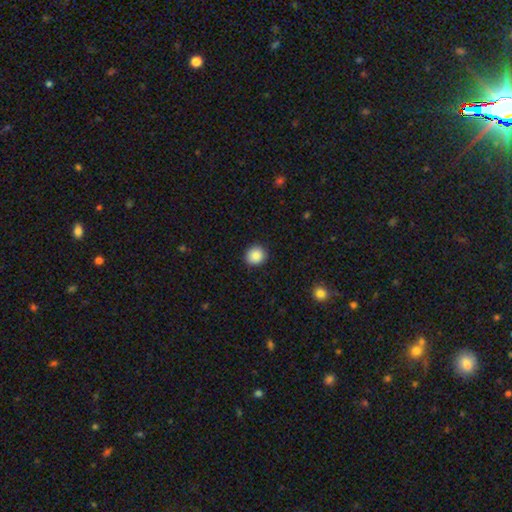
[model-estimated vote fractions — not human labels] Q: Smooth or featured?
A: smooth (88%); runner-up: star or artifact (9%)
Q: How rounded?
A: round (89%); runner-up: in between (10%)
Q: Merging?
A: none (91%); runner-up: minor disturbance (6%)